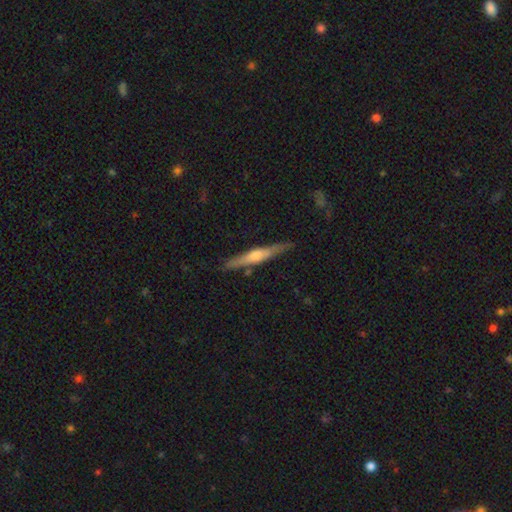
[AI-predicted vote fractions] Smooth or featured?
  - featured or disk: 64% *
  - smooth: 30%
  - star or artifact: 5%
Edge-on disk?
  - yes: 97% *
  - no: 3%
Edge-on bulge?
  - rounded: 77% *
  - boxy: 12%
  - none: 11%
Merging?
  - none: 86% *
  - minor disturbance: 10%
  - merger: 2%
  - major disturbance: 2%